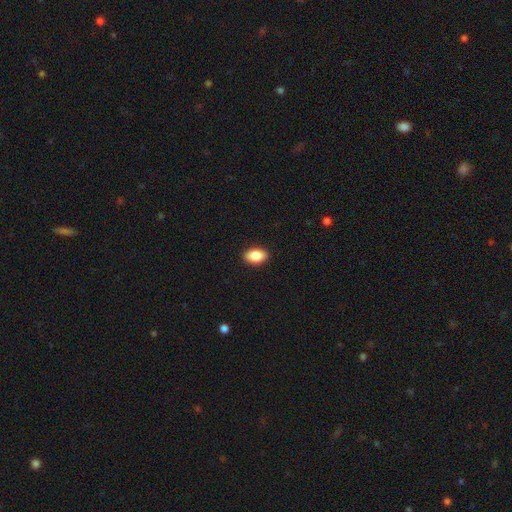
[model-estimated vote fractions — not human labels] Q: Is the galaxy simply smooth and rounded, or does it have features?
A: smooth — 86%.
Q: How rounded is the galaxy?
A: in between — 91%.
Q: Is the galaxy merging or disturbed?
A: none — 91%.